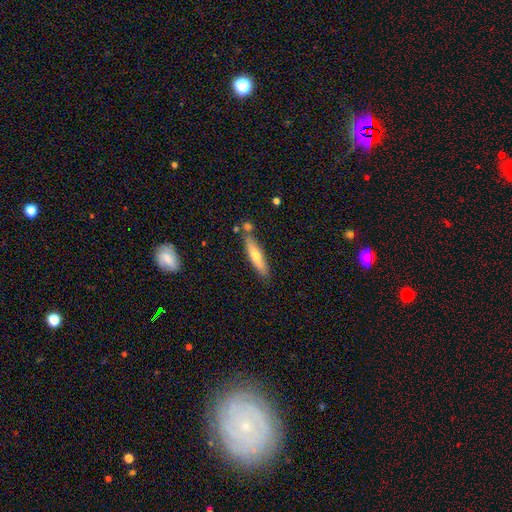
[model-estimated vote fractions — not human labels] smooth_or_featured: smooth (p=0.55) [alt: featured or disk p=0.38]
how_rounded: cigar-shaped (p=0.79) [alt: in between p=0.19]
merging: none (p=0.76) [alt: minor disturbance p=0.14]